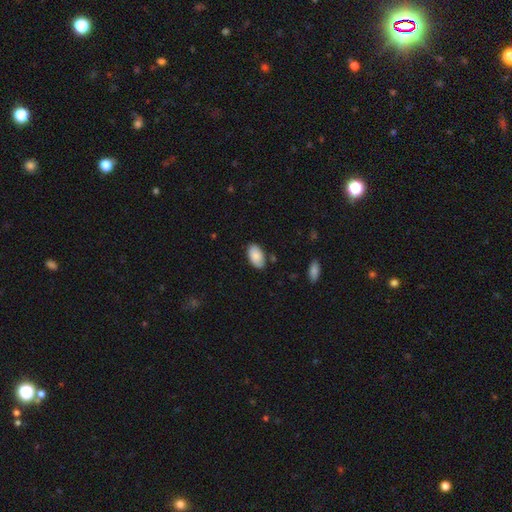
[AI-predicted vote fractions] This is clearly a smooth galaxy (86%). How rounded: clearly in between (95%). Merging: clearly none (82%).